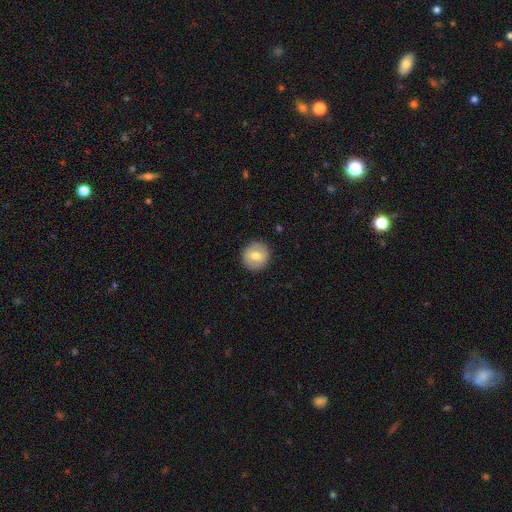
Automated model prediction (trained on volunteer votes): This is likely a smooth galaxy (62%). How rounded: clearly round (91%). Merging: clearly none (90%).